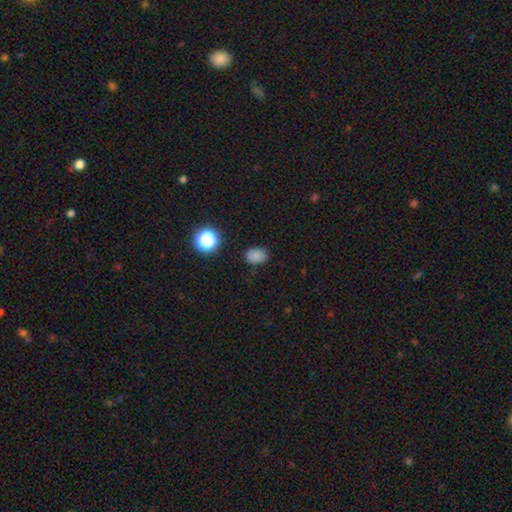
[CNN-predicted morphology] A smooth galaxy with no disk features (82%) that is in between round and cigar-shaped (72%).

Vote fractions:
- Smooth or featured? smooth: 82% / star or artifact: 14% / featured or disk: 4%
- How rounded? in between: 72% / round: 27% / cigar-shaped: 1%
- Merging? none: 83% / minor disturbance: 13% / major disturbance: 3% / merger: 2%